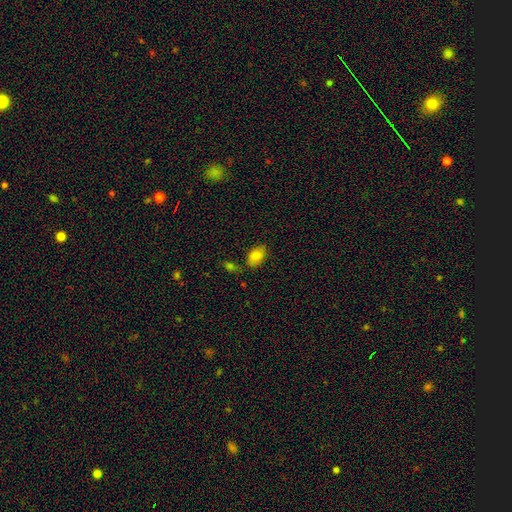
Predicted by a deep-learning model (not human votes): smooth 83%, featured or disk 9%, star or artifact 8%. Down the decision tree: how rounded — in between (88%); merging — none (74%).